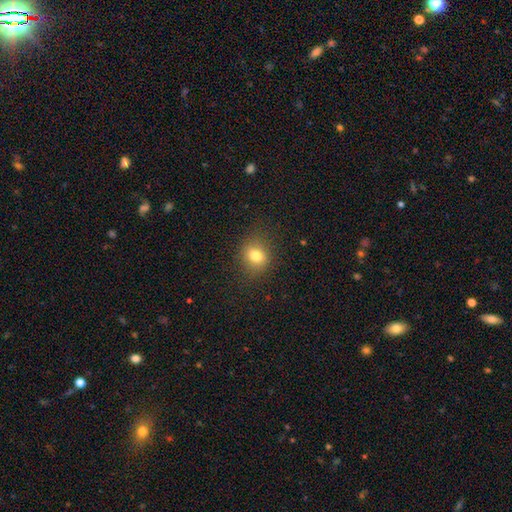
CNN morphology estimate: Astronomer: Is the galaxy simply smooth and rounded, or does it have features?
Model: smooth — 79%.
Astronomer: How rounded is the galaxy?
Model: round — 70%.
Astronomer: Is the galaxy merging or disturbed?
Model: none — 85%.